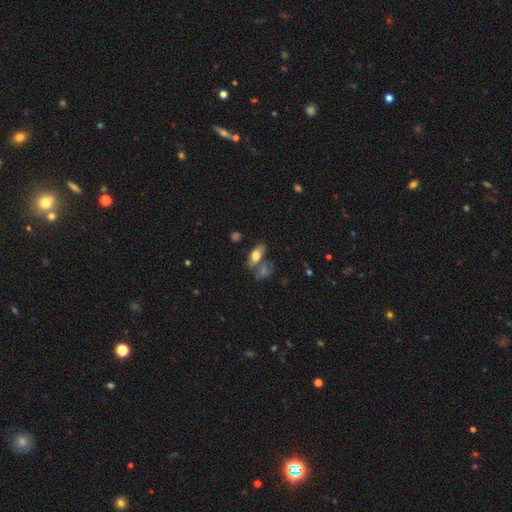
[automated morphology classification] Smooth or featured? smooth (68%)
How rounded? in between (83%)
Merging? none (46%)